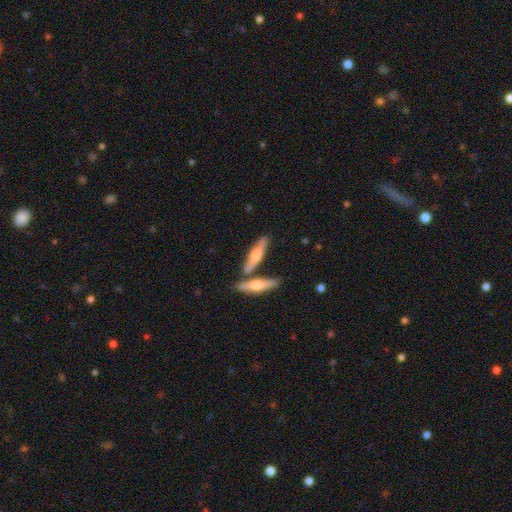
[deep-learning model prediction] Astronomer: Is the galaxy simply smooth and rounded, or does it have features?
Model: featured or disk — 50% (runner-up: smooth, 45%).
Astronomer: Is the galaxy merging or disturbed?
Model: none — 65%.